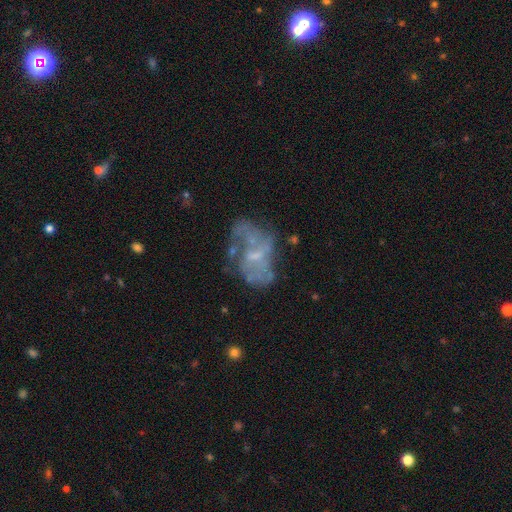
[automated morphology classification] smooth-or-featured: featured or disk: 71% | smooth: 17% | star or artifact: 12%
  disk-edge-on: no: 97% | yes: 3%
    bar: no: 55% | weak: 38% | strong: 7%
    has-spiral-arms: yes: 54% | no: 46%
    bulge-size: small: 52% | none: 27% | moderate: 20% | large: 1% | dominant: 1%
  merging: none: 43% | major disturbance: 28% | minor disturbance: 21% | merger: 9%